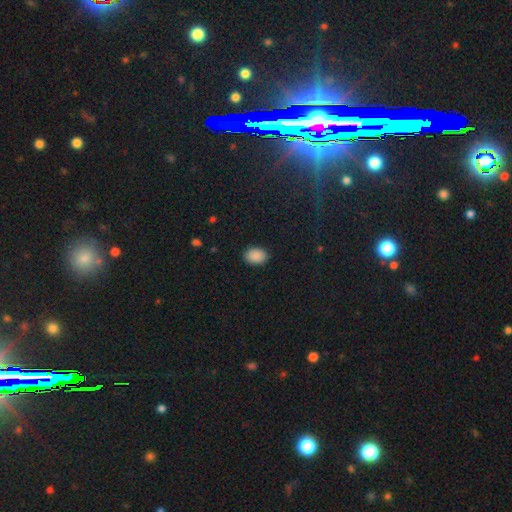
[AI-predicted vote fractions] A smooth galaxy with no disk features (89%) that is in between round and cigar-shaped (77%).

Vote fractions:
- Smooth or featured? smooth: 89% / star or artifact: 8% / featured or disk: 3%
- How rounded? in between: 77% / round: 22% / cigar-shaped: 1%
- Merging? none: 89% / minor disturbance: 8% / major disturbance: 2% / merger: 1%